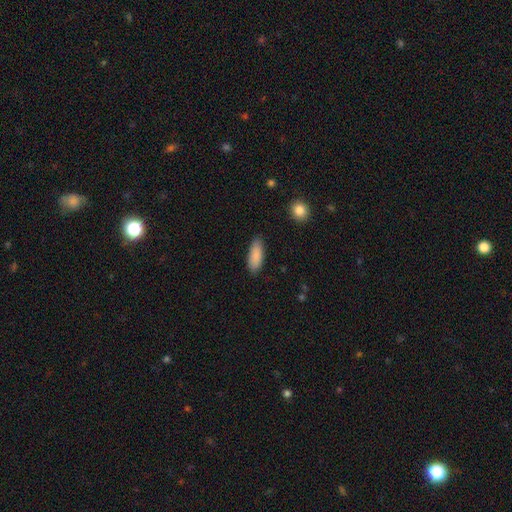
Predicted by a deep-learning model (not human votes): A smooth galaxy with no disk features (88%) that is in between round and cigar-shaped (76%).

Vote fractions:
- Smooth or featured? smooth: 88% / star or artifact: 6% / featured or disk: 6%
- How rounded? in between: 76% / cigar-shaped: 22% / round: 2%
- Merging? none: 87% / minor disturbance: 10% / major disturbance: 2% / merger: 1%